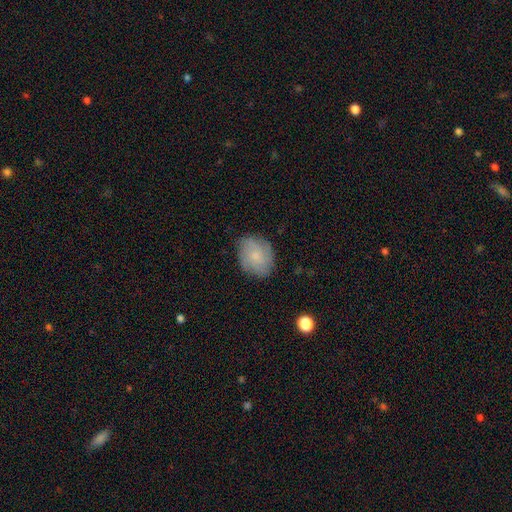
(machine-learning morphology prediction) Smooth or featured: smooth — 68% (featured or disk — 24%)
How rounded: in between — 57% (round — 42%)
Merging: none — 78% (minor disturbance — 17%)